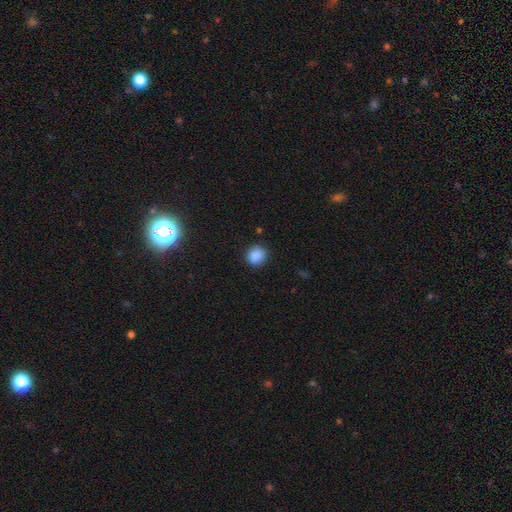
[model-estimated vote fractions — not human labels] This is clearly a smooth galaxy (87%). How rounded: likely round (78%). Merging: clearly none (85%).